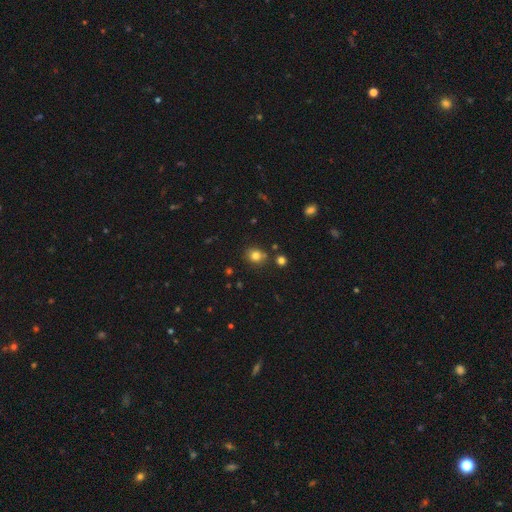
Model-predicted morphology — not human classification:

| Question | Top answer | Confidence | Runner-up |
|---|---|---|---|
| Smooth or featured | smooth | 80% | star or artifact (14%) |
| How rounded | round | 73% | in between (26%) |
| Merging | none | 79% | minor disturbance (11%) |